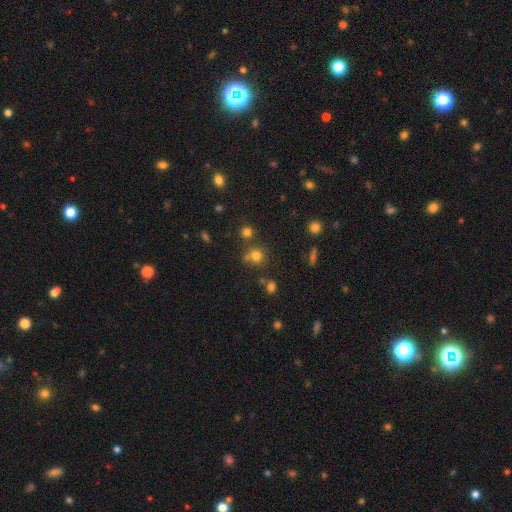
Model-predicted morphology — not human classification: This is likely a smooth galaxy (74%). How rounded: clearly round (88%). Merging: likely none (67%).